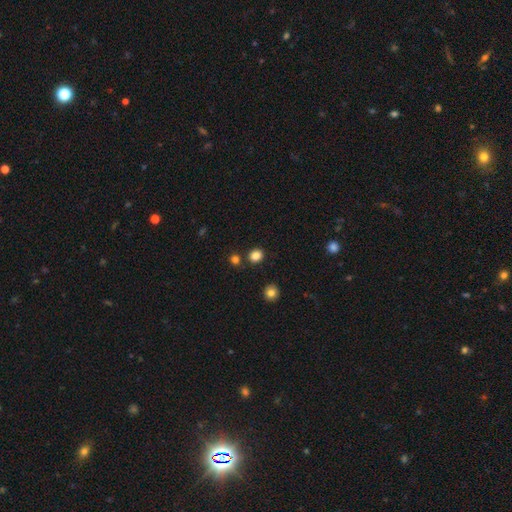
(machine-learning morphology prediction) The model was most divided on "how rounded": round: 72%, in between: 28%, cigar-shaped: 1%. More confident: merging — none (84%); smooth or featured — smooth (84%).